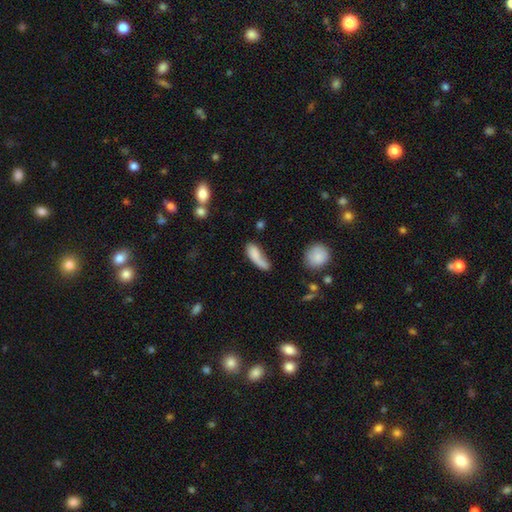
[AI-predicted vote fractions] Smooth or featured: smooth — 75% (featured or disk — 17%)
How rounded: in between — 59% (cigar-shaped — 37%)
Merging: none — 37% (minor disturbance — 27%)